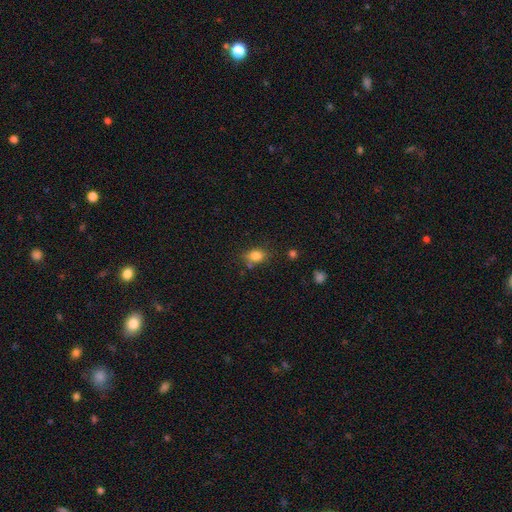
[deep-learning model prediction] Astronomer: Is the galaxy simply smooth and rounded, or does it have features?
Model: smooth — 83%.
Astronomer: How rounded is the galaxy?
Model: in between — 70%.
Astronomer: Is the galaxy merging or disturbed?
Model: none — 71%.